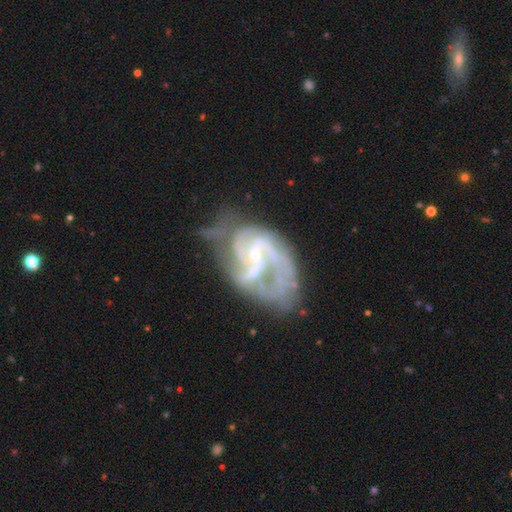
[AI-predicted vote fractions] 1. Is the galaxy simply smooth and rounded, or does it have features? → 87% featured or disk, 6% star or artifact, 6% smooth.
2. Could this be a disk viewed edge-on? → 98% no, 2% yes.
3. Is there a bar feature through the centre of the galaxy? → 46% weak, 41% no, 13% strong.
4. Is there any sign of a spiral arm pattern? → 92% yes, 8% no.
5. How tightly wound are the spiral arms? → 49% medium, 26% loose, 25% tight.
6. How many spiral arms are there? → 47% 2, 19% can't tell, 18% 3, 7% 1, 5% 4, 4% more than 4.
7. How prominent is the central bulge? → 69% small, 21% moderate, 8% none, 1% large, 1% dominant.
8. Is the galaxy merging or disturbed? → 36% major disturbance, 29% none, 21% minor disturbance, 13% merger.